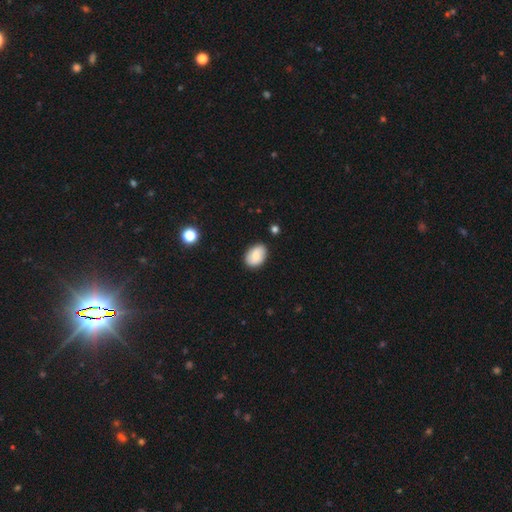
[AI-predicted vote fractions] Smooth or featured: smooth — 77% (featured or disk — 16%)
How rounded: in between — 83% (round — 16%)
Merging: none — 84% (minor disturbance — 12%)